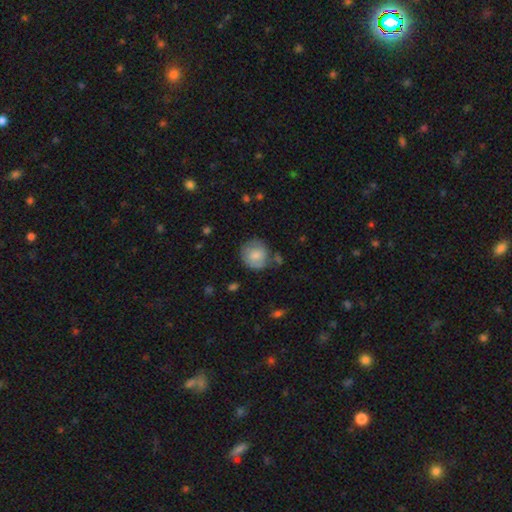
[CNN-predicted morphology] A smooth galaxy with no disk features (67%) that is round (84%).

Vote fractions:
- Smooth or featured? smooth: 67% / featured or disk: 25% / star or artifact: 7%
- How rounded? round: 84% / in between: 15% / cigar-shaped: 1%
- Merging? none: 64% / minor disturbance: 23% / major disturbance: 9% / merger: 5%